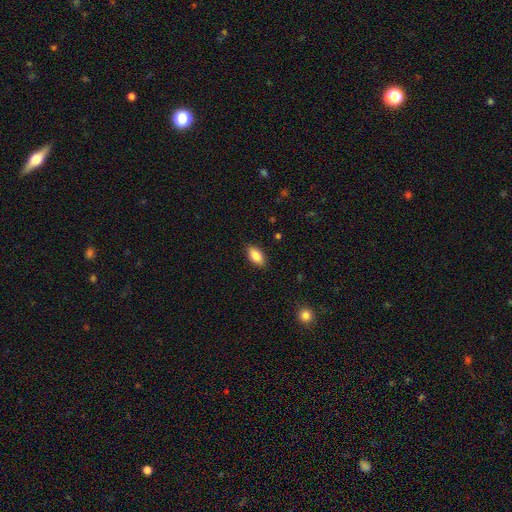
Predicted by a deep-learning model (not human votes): smooth 86%, star or artifact 7%, featured or disk 7%. Down the decision tree: how rounded — in between (91%); merging — none (87%).